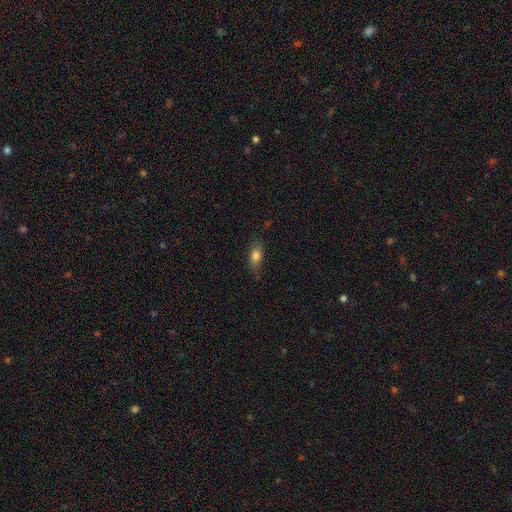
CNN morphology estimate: type=smooth (79%); roundness=in between (80%); merging=none (72%).